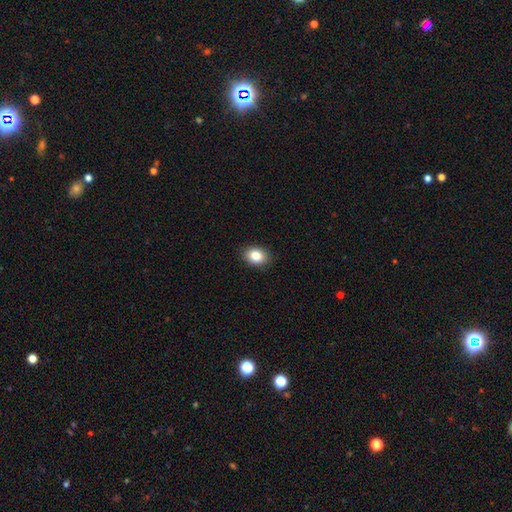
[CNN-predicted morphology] type=smooth (85%); roundness=in between (64%); merging=none (89%).